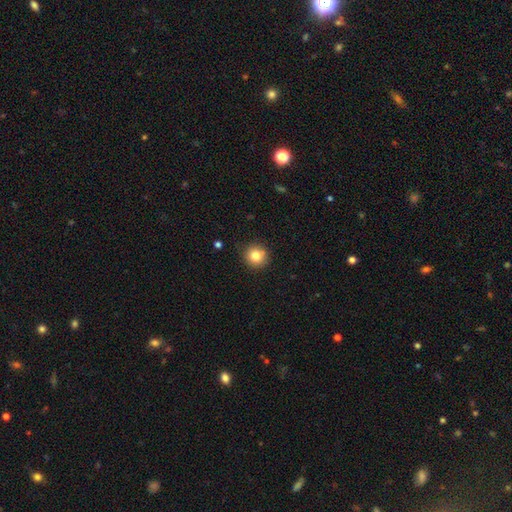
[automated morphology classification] Q: Smooth or featured?
A: smooth (82%); runner-up: star or artifact (11%)
Q: How rounded?
A: round (93%); runner-up: in between (6%)
Q: Merging?
A: none (89%); runner-up: minor disturbance (8%)